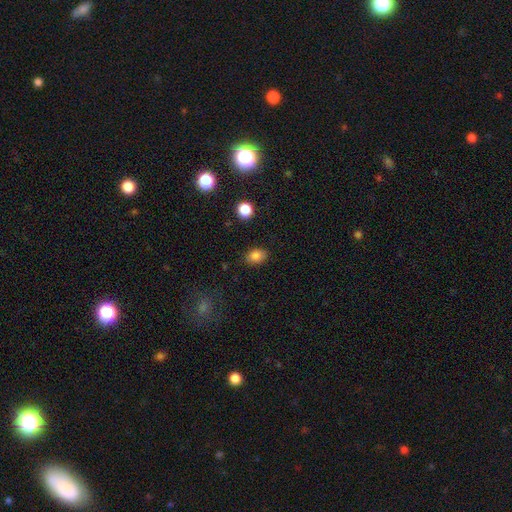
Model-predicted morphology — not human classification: type=smooth (84%); roundness=in between (71%); merging=none (85%).